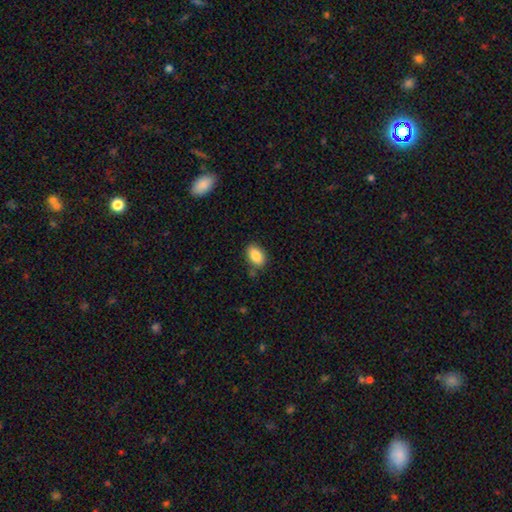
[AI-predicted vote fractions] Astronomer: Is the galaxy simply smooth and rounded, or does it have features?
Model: smooth — 86%.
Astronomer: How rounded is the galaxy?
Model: in between — 89%.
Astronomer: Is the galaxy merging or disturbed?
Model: none — 79%.